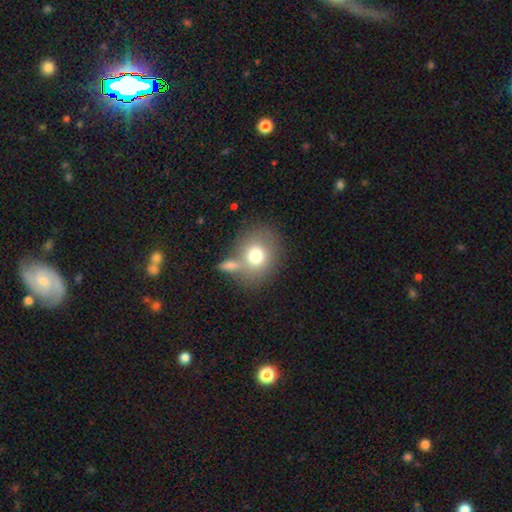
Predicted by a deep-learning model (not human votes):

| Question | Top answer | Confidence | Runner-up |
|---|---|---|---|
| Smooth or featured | smooth | 75% | featured or disk (16%) |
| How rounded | round | 68% | in between (30%) |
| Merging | none | 53% | merger (28%) |